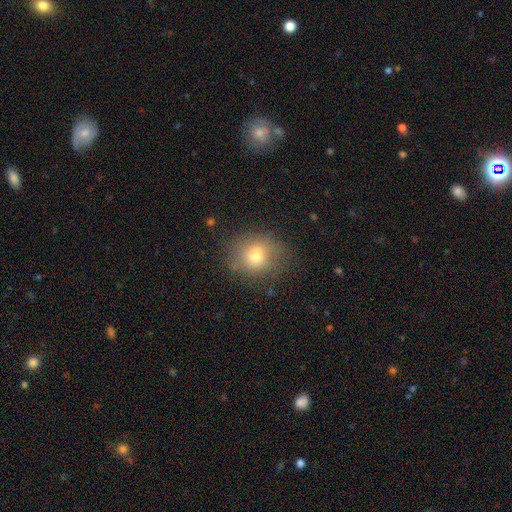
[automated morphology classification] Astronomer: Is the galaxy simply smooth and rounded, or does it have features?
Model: smooth — 75%.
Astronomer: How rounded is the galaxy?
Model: round — 69%.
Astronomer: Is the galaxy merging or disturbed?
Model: none — 77%.